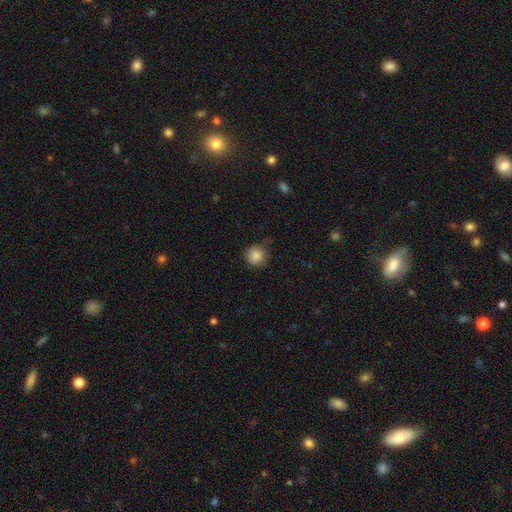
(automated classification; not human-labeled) Smooth or featured? Predicted: smooth (p=0.86). How rounded? Predicted: round (p=0.93). Merging? Predicted: none (p=0.80).